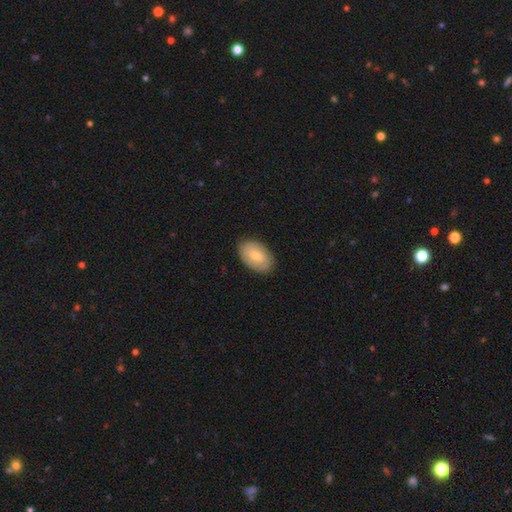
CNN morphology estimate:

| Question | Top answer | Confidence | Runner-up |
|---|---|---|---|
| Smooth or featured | smooth | 62% | featured or disk (32%) |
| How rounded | in between | 91% | round (8%) |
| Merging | none | 86% | minor disturbance (11%) |